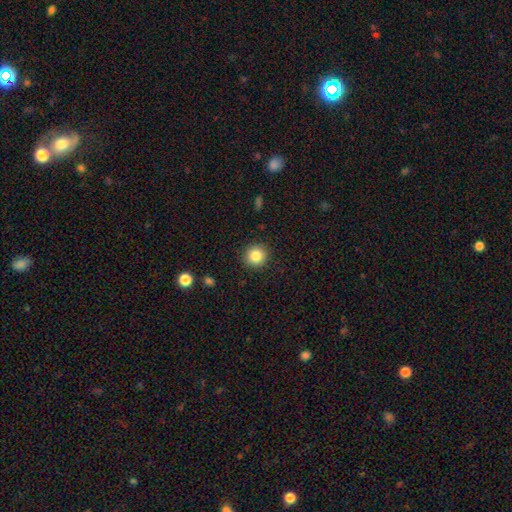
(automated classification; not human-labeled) Morphology: type=smooth (85%); roundness=round (94%); merging=none (91%).